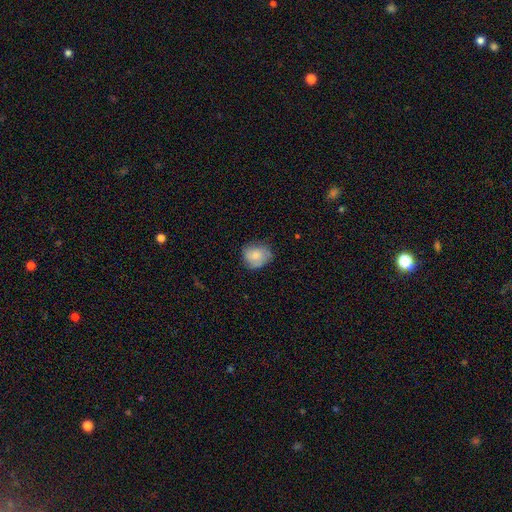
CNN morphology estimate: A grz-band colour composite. It shows a smooth galaxy with no disk features (73%) that is round (61%). Merging: none (63%).